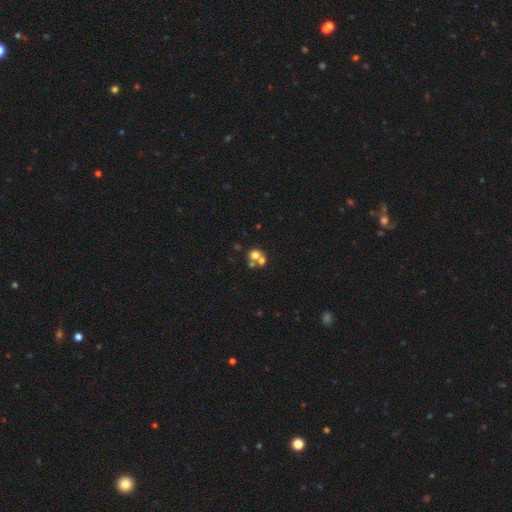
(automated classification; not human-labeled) The model was most divided on "merging": merger: 55%, none: 35%, minor disturbance: 6%, major disturbance: 4%. More confident: how rounded — round (79%); smooth or featured — smooth (65%).